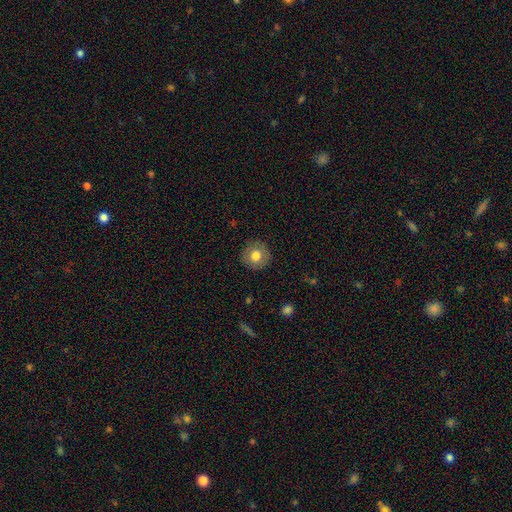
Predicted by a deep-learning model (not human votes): Morphology: type=smooth (75%); roundness=round (94%); merging=none (89%).